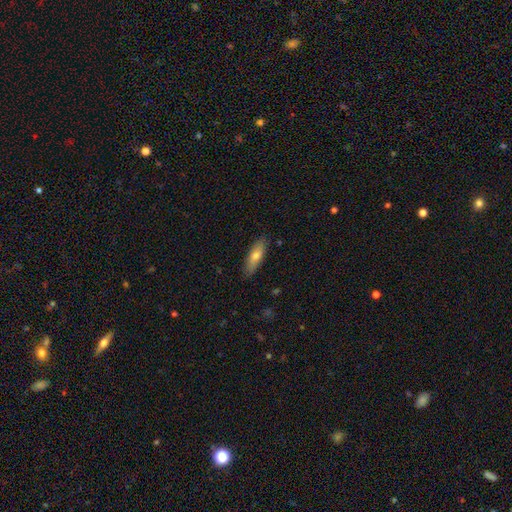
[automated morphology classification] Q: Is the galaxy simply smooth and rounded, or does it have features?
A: smooth — 70%.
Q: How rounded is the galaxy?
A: in between — 55%.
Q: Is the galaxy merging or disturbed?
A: none — 84%.